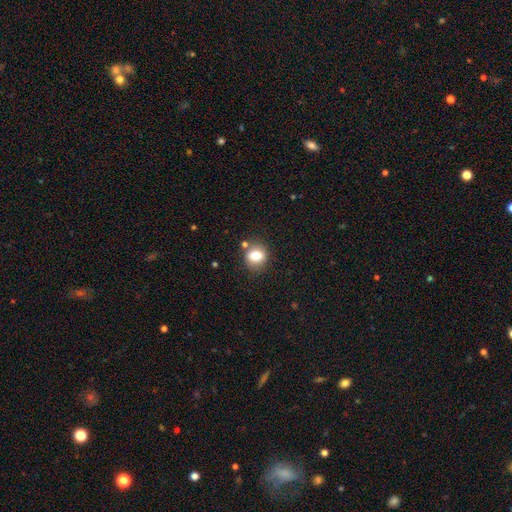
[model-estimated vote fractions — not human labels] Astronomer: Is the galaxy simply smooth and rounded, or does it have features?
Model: smooth — 79%.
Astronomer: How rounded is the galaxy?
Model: round — 67%.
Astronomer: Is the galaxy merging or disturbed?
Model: none — 77%.